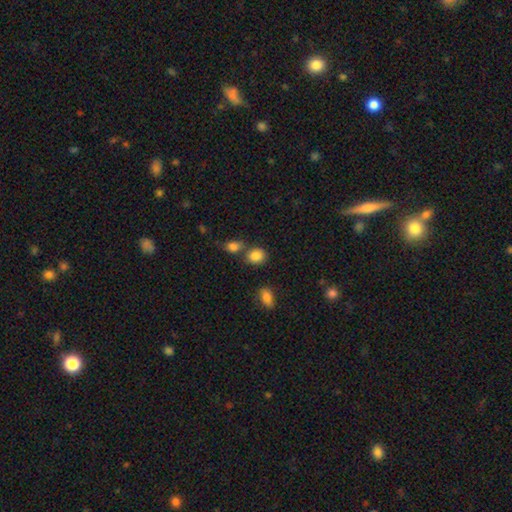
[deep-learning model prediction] This is clearly a smooth galaxy (85%). How rounded: possibly round (56%). Merging: likely none (63%).